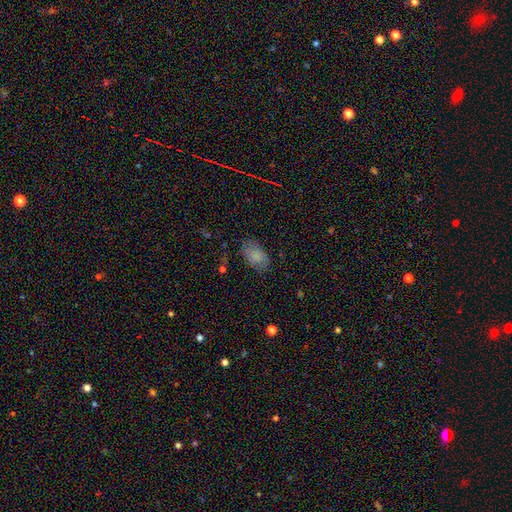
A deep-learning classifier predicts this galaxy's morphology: Overall: smooth (81%). How rounded: in between (92%). Merging: none (73%).